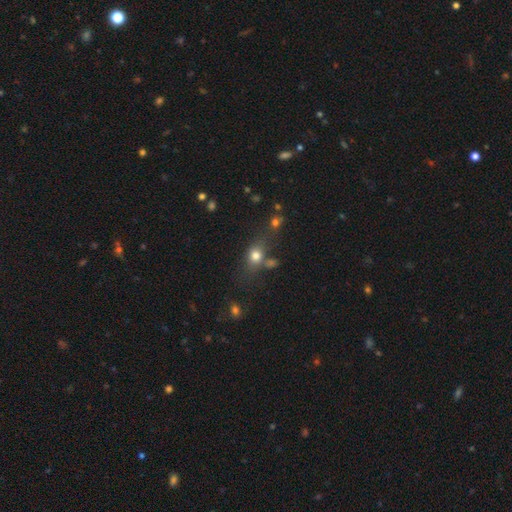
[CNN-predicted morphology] type=smooth (75%); roundness=in between (48%, tied with round); merging=none (53%).